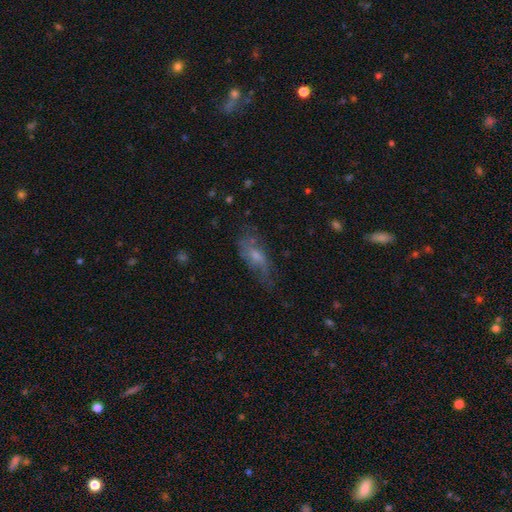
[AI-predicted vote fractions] Smooth or featured: featured or disk — 46% (smooth — 42%)
Merging: none — 51% (minor disturbance — 28%)